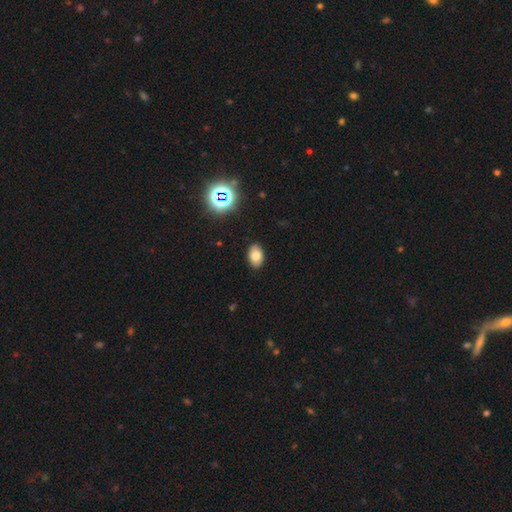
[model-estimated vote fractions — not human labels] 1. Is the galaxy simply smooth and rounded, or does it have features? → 78% smooth, 12% star or artifact, 9% featured or disk.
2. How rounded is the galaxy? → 89% in between, 10% round, 1% cigar-shaped.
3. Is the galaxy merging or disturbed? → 88% none, 9% minor disturbance, 2% major disturbance, 1% merger.